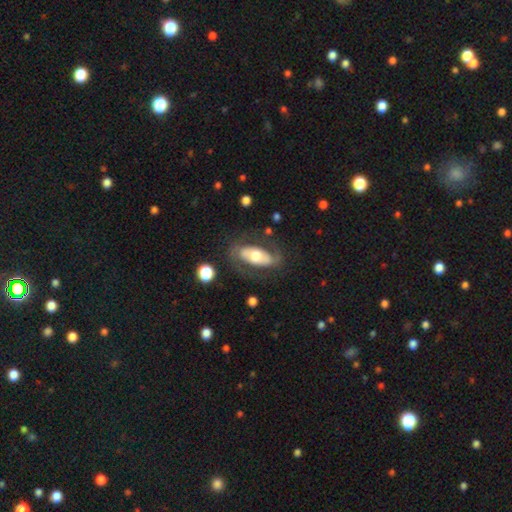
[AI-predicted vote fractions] The model was most divided on "smooth or featured": featured or disk: 57%, smooth: 38%, star or artifact: 6%. More confident: edge-on disk — no (87%); merging — none (67%).